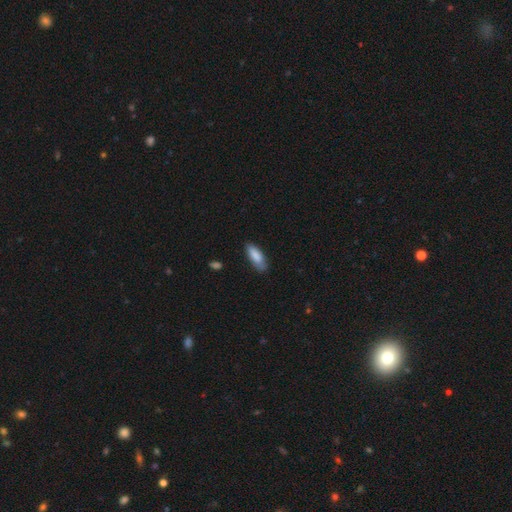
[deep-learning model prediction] A smooth galaxy with no disk features (85%) that is in between round and cigar-shaped (67%). Merging: none (73%).